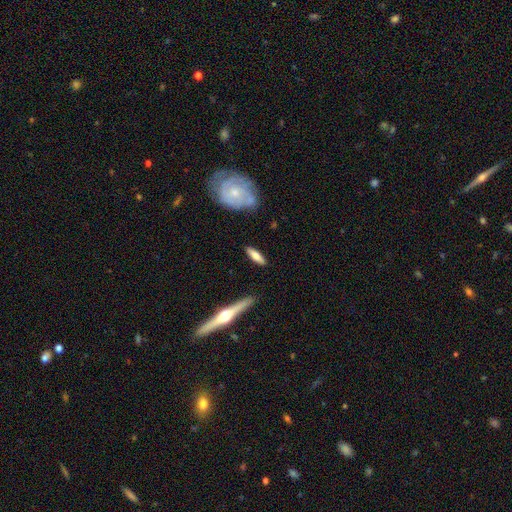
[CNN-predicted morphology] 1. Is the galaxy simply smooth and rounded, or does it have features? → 64% smooth, 30% featured or disk, 6% star or artifact.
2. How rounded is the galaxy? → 62% cigar-shaped, 36% in between, 2% round.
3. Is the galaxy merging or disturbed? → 84% none, 11% minor disturbance, 3% major disturbance, 2% merger.